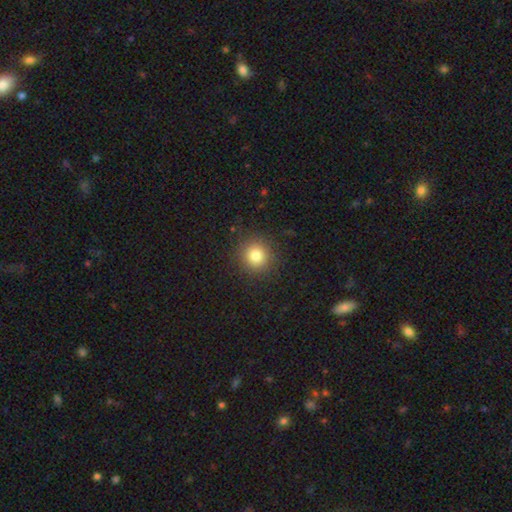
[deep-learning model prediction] A smooth galaxy with no disk features (81%) that is round (92%).

Vote fractions:
- Smooth or featured? smooth: 81% / star or artifact: 12% / featured or disk: 6%
- How rounded? round: 92% / in between: 7% / cigar-shaped: 1%
- Merging? none: 89% / minor disturbance: 7% / major disturbance: 3% / merger: 1%